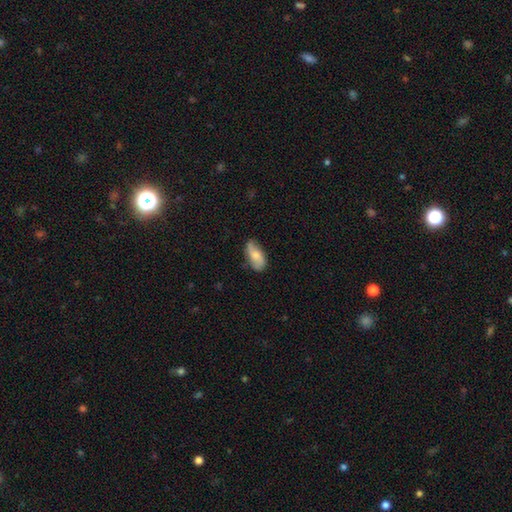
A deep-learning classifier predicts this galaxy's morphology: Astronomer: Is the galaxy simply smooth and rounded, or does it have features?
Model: smooth — 64%.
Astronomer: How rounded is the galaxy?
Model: in between — 90%.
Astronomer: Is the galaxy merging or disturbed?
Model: none — 68%.